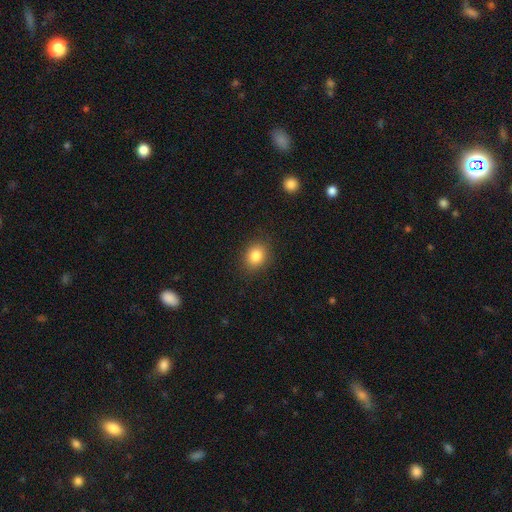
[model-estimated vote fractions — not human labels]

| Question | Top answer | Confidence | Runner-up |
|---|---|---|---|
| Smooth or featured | smooth | 84% | star or artifact (10%) |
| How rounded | round | 54% | in between (45%) |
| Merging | none | 87% | minor disturbance (9%) |